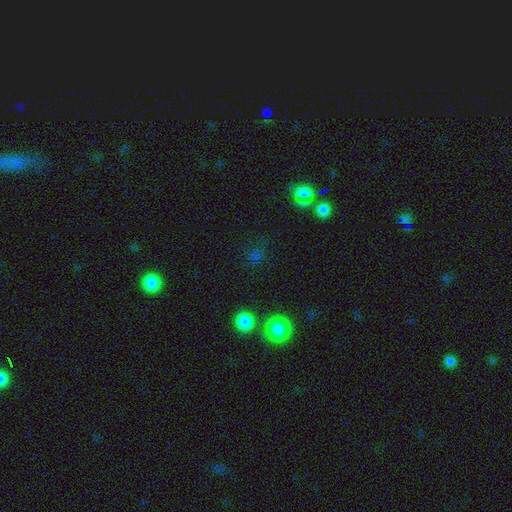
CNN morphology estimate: The model was most divided on "smooth or featured": smooth: 51%, star or artifact: 42%, featured or disk: 7%. More confident: how rounded — round (84%); merging — none (80%).